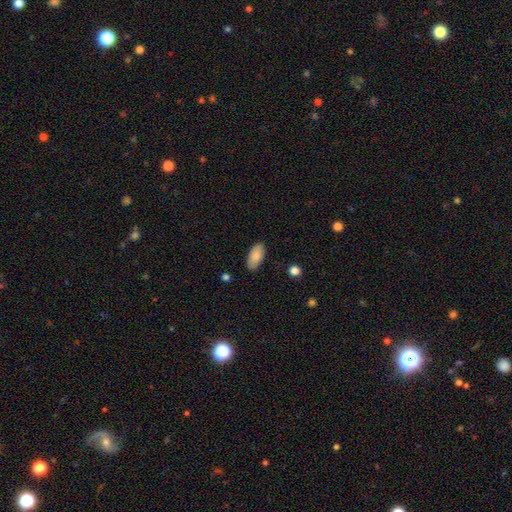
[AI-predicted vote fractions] Overall: smooth (86%). How rounded: in between (92%). Merging: none (87%).